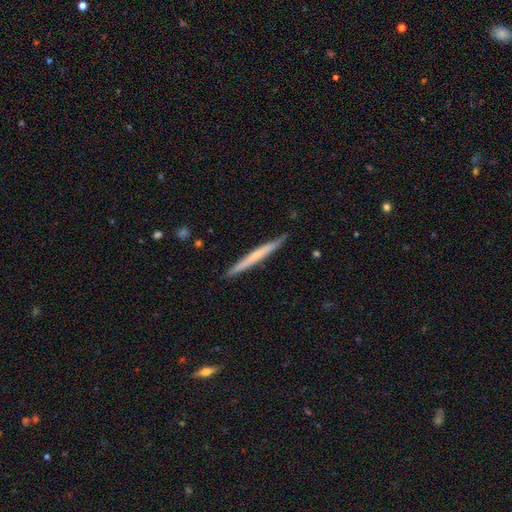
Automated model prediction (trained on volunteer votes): The model was most divided on "smooth or featured": featured or disk: 49%, smooth: 46%, star or artifact: 5%. More confident: merging — none (89%).